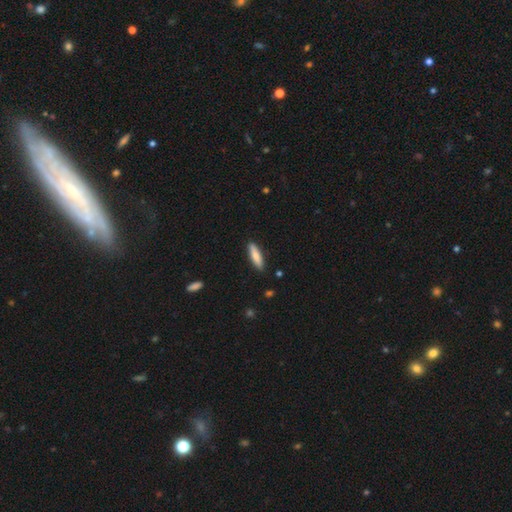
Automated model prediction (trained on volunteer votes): A smooth galaxy with no disk features (79%) that is cigar-shaped (73%). Merging: none (89%).